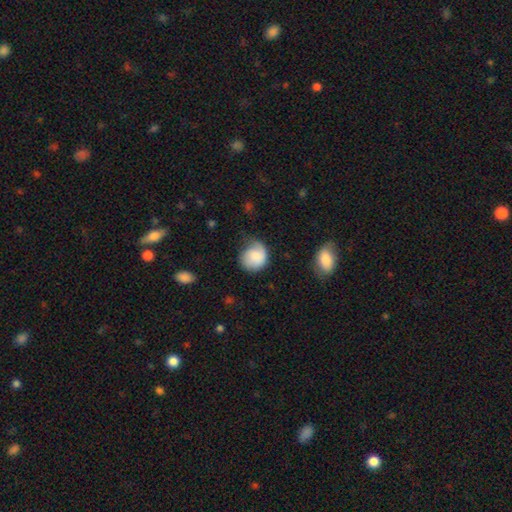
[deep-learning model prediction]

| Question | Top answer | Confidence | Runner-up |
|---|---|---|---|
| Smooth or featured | smooth | 76% | featured or disk (18%) |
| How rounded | round | 77% | in between (22%) |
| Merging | none | 45% | minor disturbance (35%) |